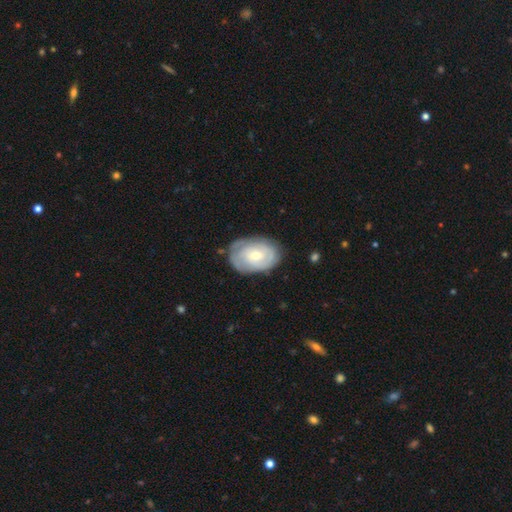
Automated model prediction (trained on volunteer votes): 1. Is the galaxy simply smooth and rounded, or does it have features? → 61% featured or disk, 33% smooth, 5% star or artifact.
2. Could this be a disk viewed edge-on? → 96% no, 4% yes.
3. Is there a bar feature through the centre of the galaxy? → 64% no, 31% weak, 5% strong.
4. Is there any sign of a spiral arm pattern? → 72% yes, 28% no.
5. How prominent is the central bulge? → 51% moderate, 44% small, 2% large, 1% none, 1% dominant.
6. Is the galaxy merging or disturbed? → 71% none, 21% minor disturbance, 6% major disturbance, 1% merger.